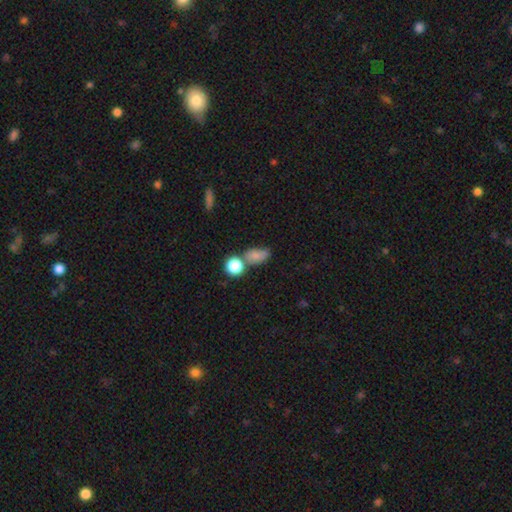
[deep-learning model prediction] Q: Smooth or featured?
A: smooth (75%); runner-up: star or artifact (14%)
Q: How rounded?
A: in between (73%); runner-up: round (23%)
Q: Merging?
A: none (48%); runner-up: merger (23%)